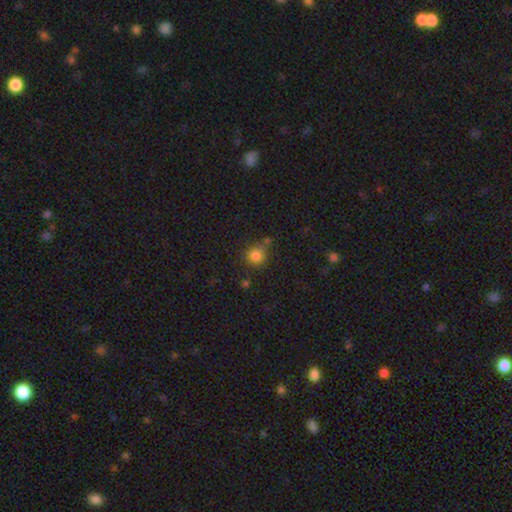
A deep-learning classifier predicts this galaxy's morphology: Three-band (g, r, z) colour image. It shows a smooth galaxy with no disk features (82%) that is round (90%). Merging: none (69%).